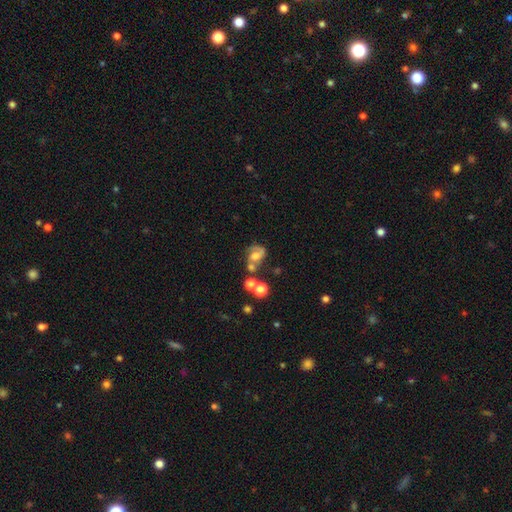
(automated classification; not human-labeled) Smooth or featured: featured or disk — 65% (smooth — 23%)
Edge-on disk: no — 98% (yes — 2%)
Bar: no — 57% (weak — 33%)
Spiral arms: yes — 85% (no — 15%)
Spiral winding: medium — 46% (loose — 33%)
Spiral arm count: 2 — 70% (1 — 20%)
Bulge size: moderate — 52% (small — 20%)
Merging: none — 38% (merger — 25%)